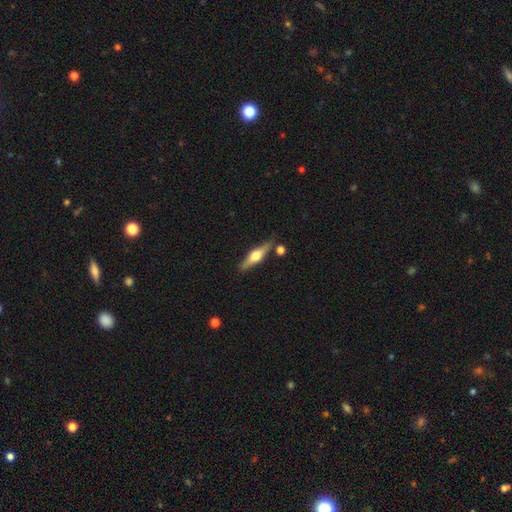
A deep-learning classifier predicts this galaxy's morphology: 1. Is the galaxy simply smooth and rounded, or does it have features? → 64% featured or disk, 30% smooth, 6% star or artifact.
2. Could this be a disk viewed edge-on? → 96% yes, 4% no.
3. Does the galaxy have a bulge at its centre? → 94% rounded, 4% boxy, 2% none.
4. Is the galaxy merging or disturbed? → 82% none, 10% minor disturbance, 6% merger, 2% major disturbance.